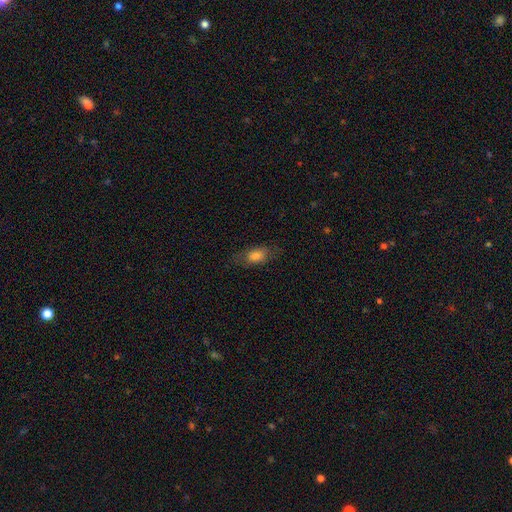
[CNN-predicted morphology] A smooth galaxy with no disk features (75%) that is in between round and cigar-shaped (80%).

Vote fractions:
- Smooth or featured? smooth: 75% / featured or disk: 16% / star or artifact: 9%
- How rounded? in between: 80% / cigar-shaped: 12% / round: 9%
- Merging? none: 75% / minor disturbance: 17% / major disturbance: 7% / merger: 1%